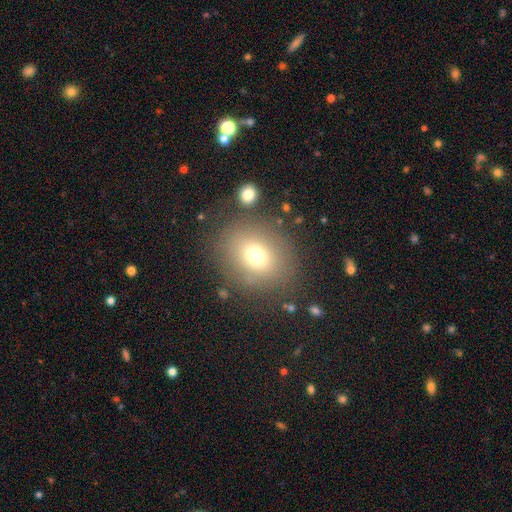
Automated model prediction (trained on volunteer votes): smooth-or-featured: smooth: 71% | featured or disk: 15% | star or artifact: 14%
  how-rounded: round: 67% | in between: 32% | cigar-shaped: 1%
  merging: none: 78% | minor disturbance: 11% | major disturbance: 6% | merger: 5%